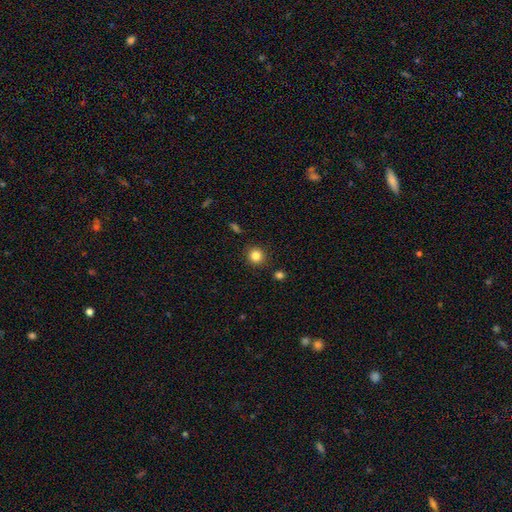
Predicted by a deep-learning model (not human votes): A smooth galaxy with no disk features (84%) that is round (91%). Merging: none (89%).